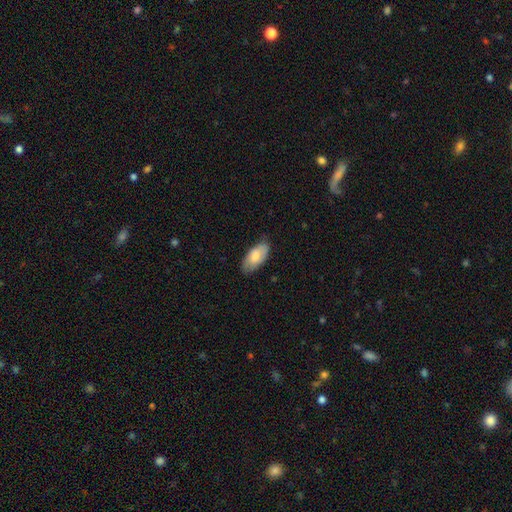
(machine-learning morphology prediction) Smooth or featured? Predicted: smooth (p=0.77). How rounded? Predicted: in between (p=0.92). Merging? Predicted: none (p=0.76).